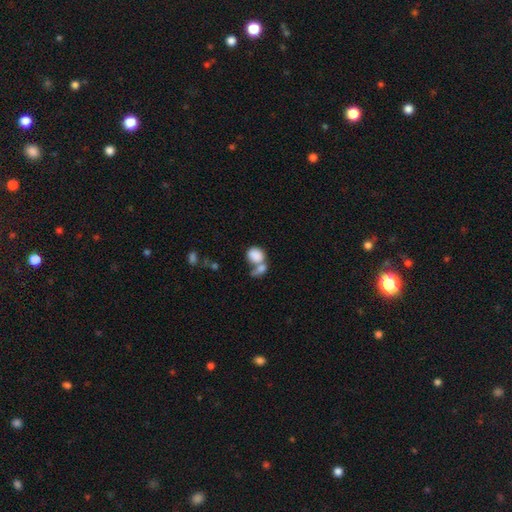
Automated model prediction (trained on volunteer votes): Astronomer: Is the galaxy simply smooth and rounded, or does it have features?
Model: smooth — 82%.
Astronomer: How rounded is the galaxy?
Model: round — 49%, tied with in between at 49%.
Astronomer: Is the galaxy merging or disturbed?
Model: merger — 61%.